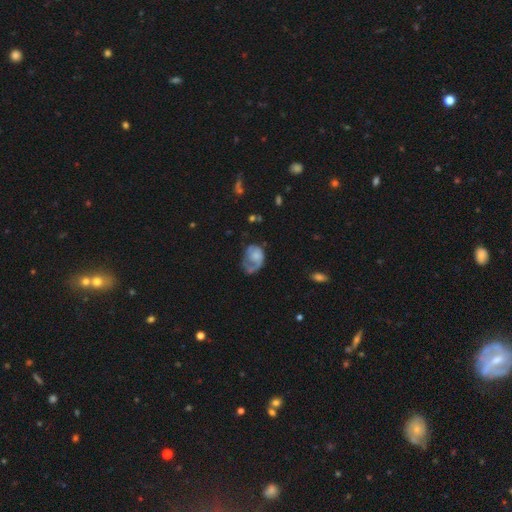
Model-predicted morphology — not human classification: A featured or disk galaxy (55%) with no bar (81%), spiral arms (71%) and a small central bulge (31%). Merging: major disturbance (40%).